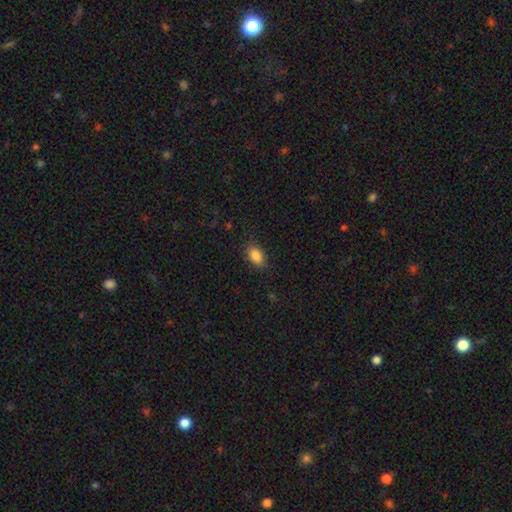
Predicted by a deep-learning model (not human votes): smooth_or_featured: smooth (p=0.86) [alt: star or artifact p=0.08]
how_rounded: in between (p=0.88) [alt: round p=0.09]
merging: none (p=0.83) [alt: minor disturbance p=0.12]